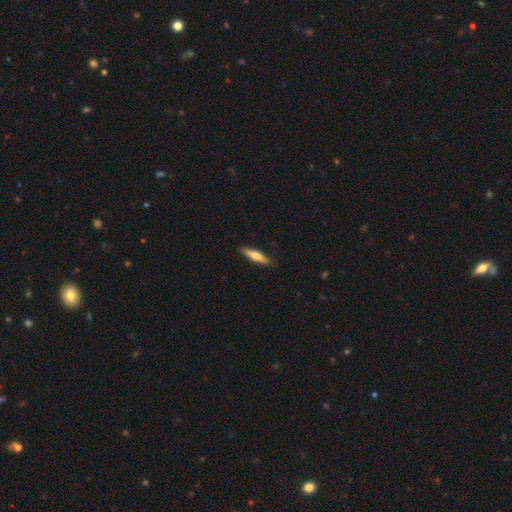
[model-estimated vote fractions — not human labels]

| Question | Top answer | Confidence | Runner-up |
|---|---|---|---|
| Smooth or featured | smooth | 64% | featured or disk (31%) |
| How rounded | cigar-shaped | 81% | in between (18%) |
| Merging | none | 89% | minor disturbance (8%) |